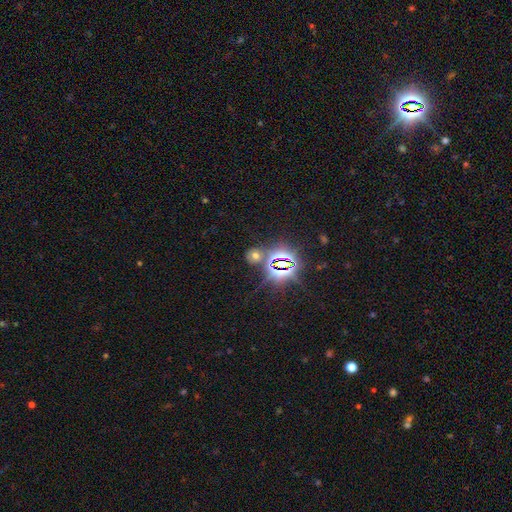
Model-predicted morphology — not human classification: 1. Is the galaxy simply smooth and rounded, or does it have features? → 50% star or artifact, 41% smooth, 9% featured or disk.